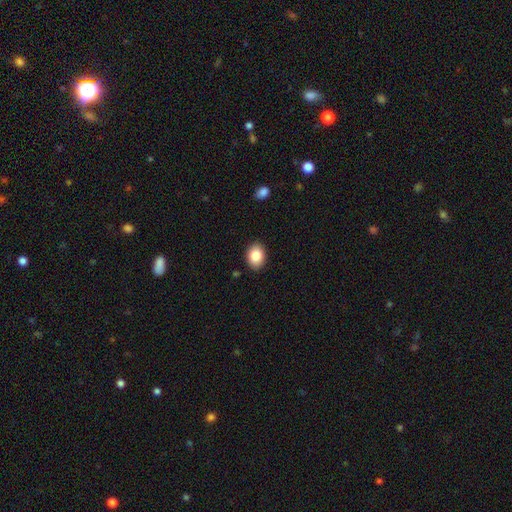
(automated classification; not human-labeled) A smooth galaxy with no disk features (85%) that is in between round and cigar-shaped (72%). Merging: none (89%).